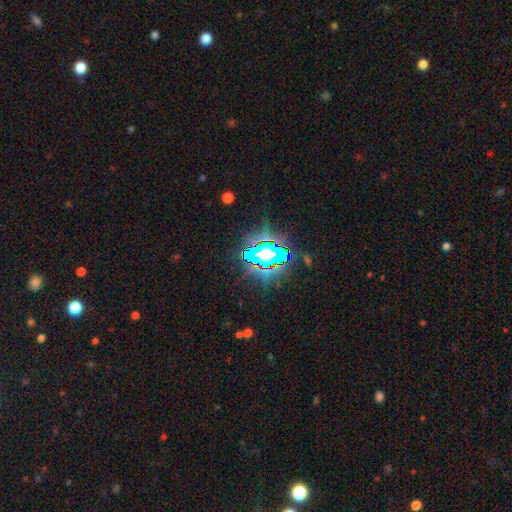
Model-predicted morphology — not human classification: type=star or artifact (78%).